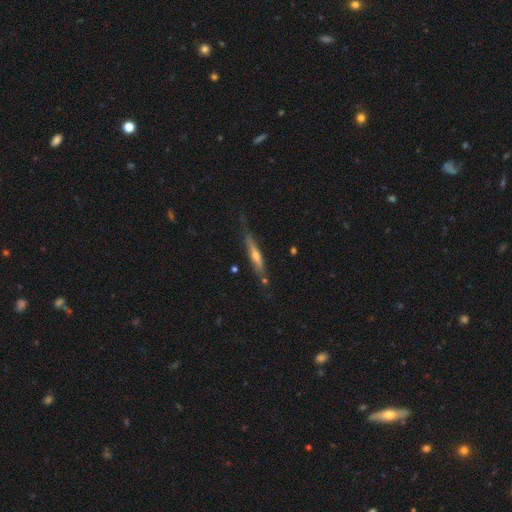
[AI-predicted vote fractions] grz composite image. It shows a featured or disk galaxy (63%) viewed edge-on (91%) with a rounded central bulge (81%). Merging: none (65%).